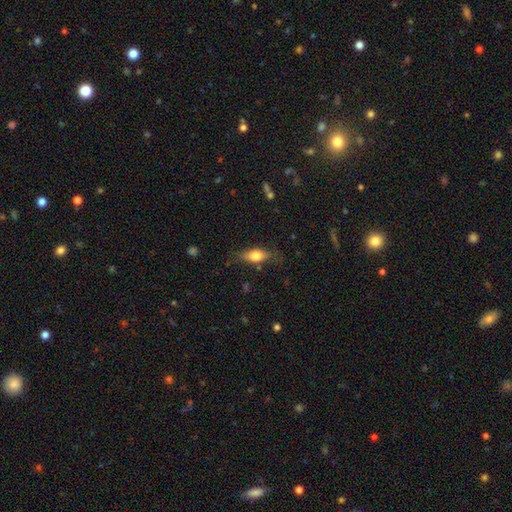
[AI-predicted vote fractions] A smooth galaxy with no disk features (69%) that is in between round and cigar-shaped (71%). Merging: none (72%).